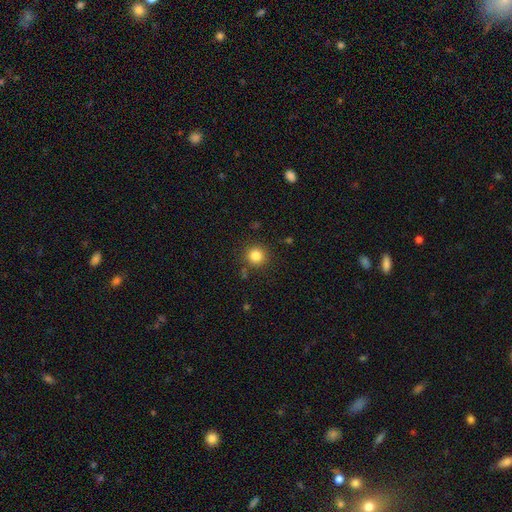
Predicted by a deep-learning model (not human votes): A smooth galaxy with no disk features (83%) that is round (94%). Merging: none (87%).